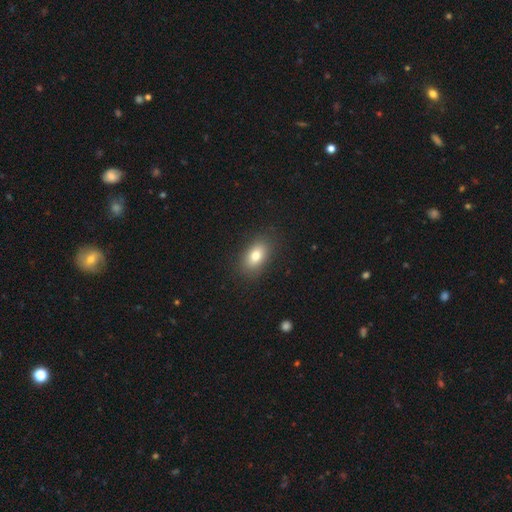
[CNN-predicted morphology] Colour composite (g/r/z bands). It shows a smooth galaxy with no disk features (79%) that is in between round and cigar-shaped (86%). Merging: none (86%).